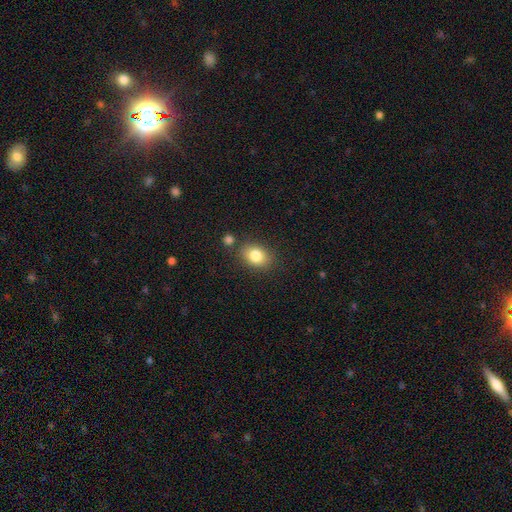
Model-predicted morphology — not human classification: Smooth or featured? Predicted: smooth (p=0.82). How rounded? Predicted: in between (p=0.59). Merging? Predicted: none (p=0.78).